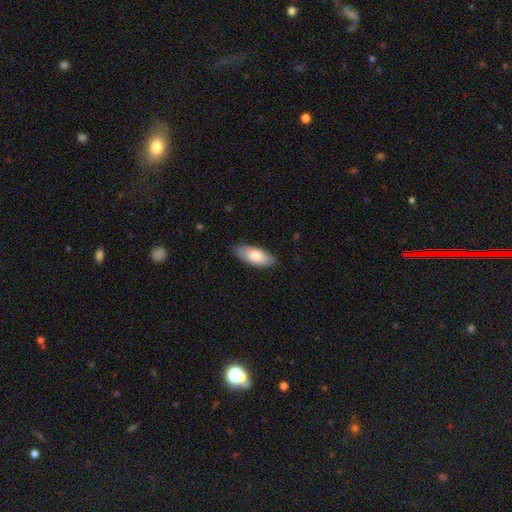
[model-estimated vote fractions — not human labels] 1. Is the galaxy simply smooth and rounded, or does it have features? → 81% smooth, 14% featured or disk, 5% star or artifact.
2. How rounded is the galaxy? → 84% in between, 14% cigar-shaped, 2% round.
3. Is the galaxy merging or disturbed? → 82% none, 14% minor disturbance, 3% major disturbance, 1% merger.